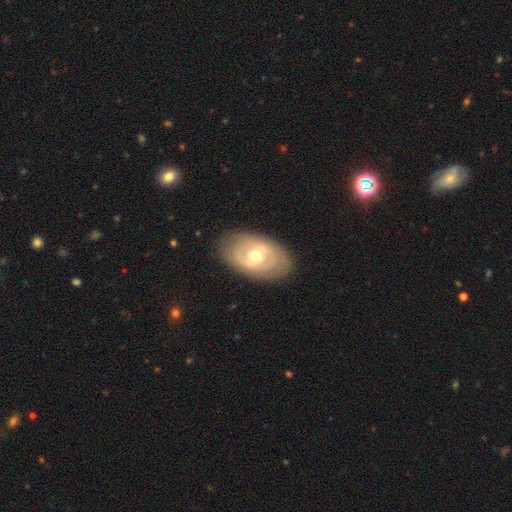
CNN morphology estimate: Smooth or featured? featured or disk (59%)
Edge-on disk? no (91%)
Bar? no (47%)
Spiral arms? no (63%)
Bulge size? moderate (71%)
Merging? none (83%)